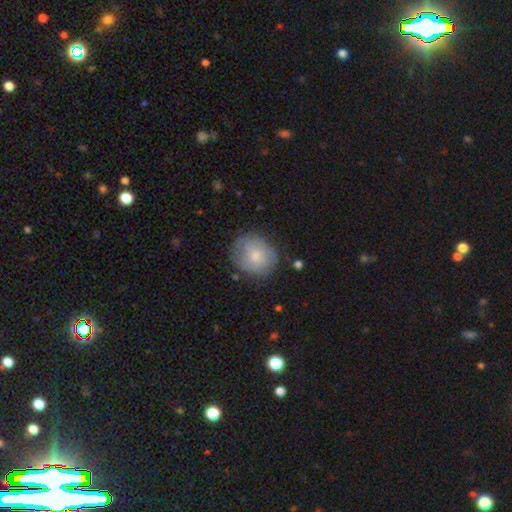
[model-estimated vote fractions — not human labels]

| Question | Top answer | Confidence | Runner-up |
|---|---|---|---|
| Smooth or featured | smooth | 69% | featured or disk (24%) |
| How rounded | round | 68% | in between (31%) |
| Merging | none | 71% | minor disturbance (21%) |